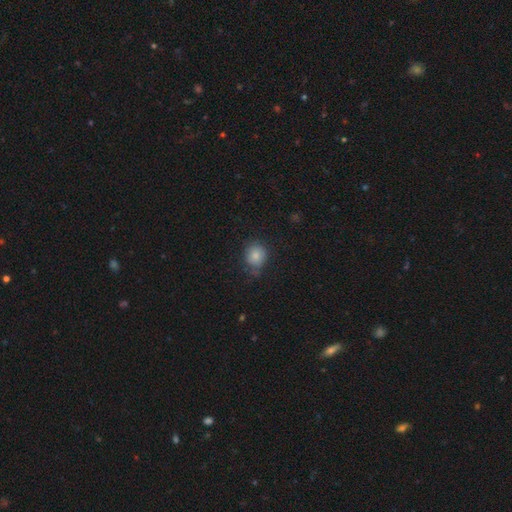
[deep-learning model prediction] Smooth or featured: smooth — 82% (star or artifact — 10%)
How rounded: round — 78% (in between — 21%)
Merging: none — 69% (minor disturbance — 23%)